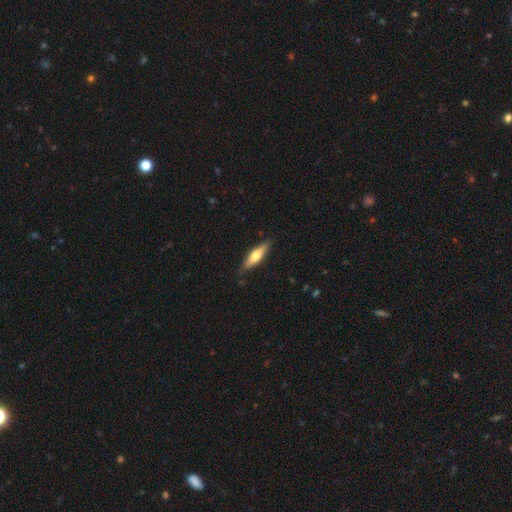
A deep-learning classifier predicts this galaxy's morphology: A smooth galaxy with no disk features (53%) that is cigar-shaped (64%).

Vote fractions:
- Smooth or featured? smooth: 53% / featured or disk: 42% / star or artifact: 5%
- How rounded? cigar-shaped: 64% / in between: 34% / round: 2%
- Merging? none: 83% / minor disturbance: 13% / major disturbance: 2% / merger: 1%